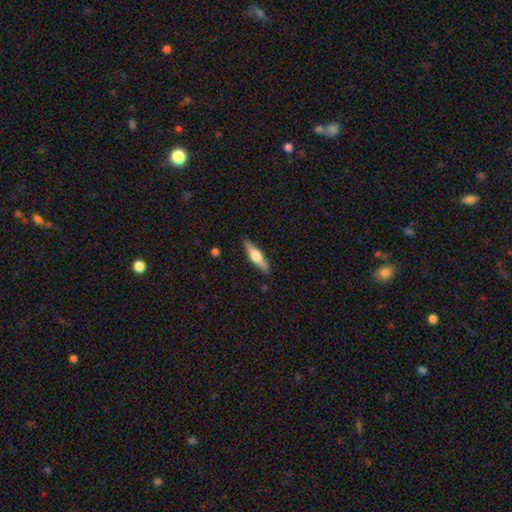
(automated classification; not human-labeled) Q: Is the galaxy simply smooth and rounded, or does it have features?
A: featured or disk — 53%.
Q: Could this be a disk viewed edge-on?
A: yes — 95%.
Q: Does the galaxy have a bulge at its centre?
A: rounded — 89%.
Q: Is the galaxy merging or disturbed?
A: none — 87%.